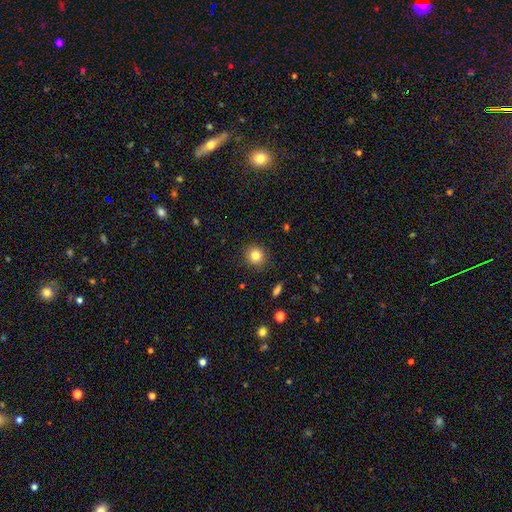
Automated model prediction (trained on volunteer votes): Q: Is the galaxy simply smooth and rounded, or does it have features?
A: smooth — 82%.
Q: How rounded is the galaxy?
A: round — 92%.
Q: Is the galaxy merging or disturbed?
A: none — 89%.